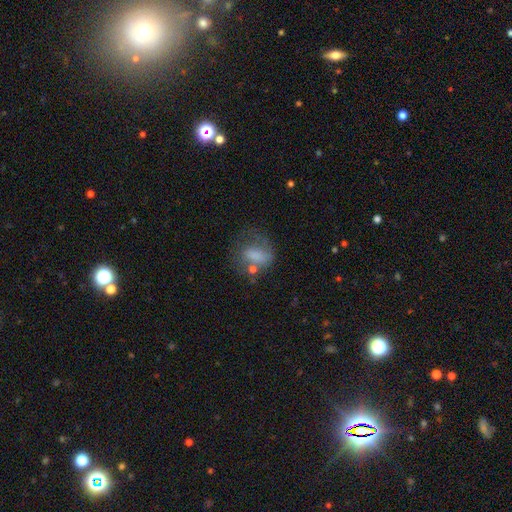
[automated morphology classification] smooth 60%, featured or disk 29%, star or artifact 11%. Down the decision tree: how rounded — in between (66%); merging — none (38%).